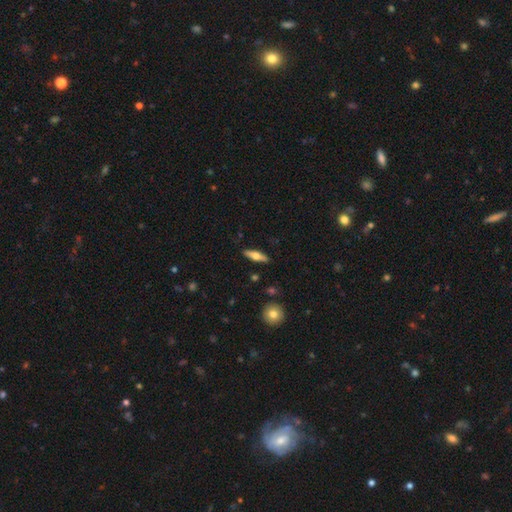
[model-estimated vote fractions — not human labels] The model was most divided on "smooth or featured": featured or disk: 49%, smooth: 45%, star or artifact: 6%. More confident: merging — none (89%).